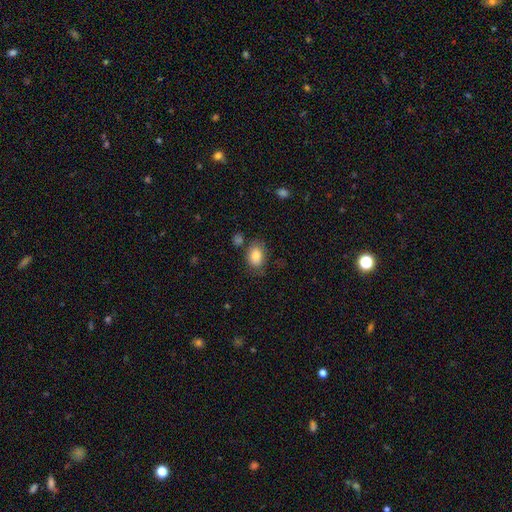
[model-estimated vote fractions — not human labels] A smooth galaxy with no disk features (84%) that is in between round and cigar-shaped (78%).

Vote fractions:
- Smooth or featured? smooth: 84% / featured or disk: 8% / star or artifact: 8%
- How rounded? in between: 78% / round: 21% / cigar-shaped: 1%
- Merging? none: 69% / minor disturbance: 19% / merger: 6% / major disturbance: 6%